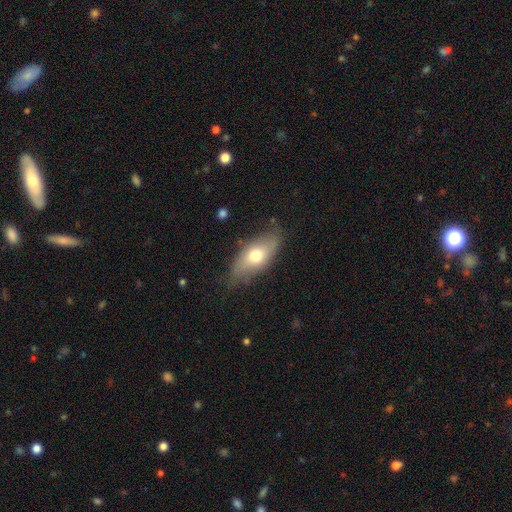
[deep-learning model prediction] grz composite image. It shows a smooth galaxy with no disk features (64%) that is in between round and cigar-shaped (83%). Merging: none (71%).